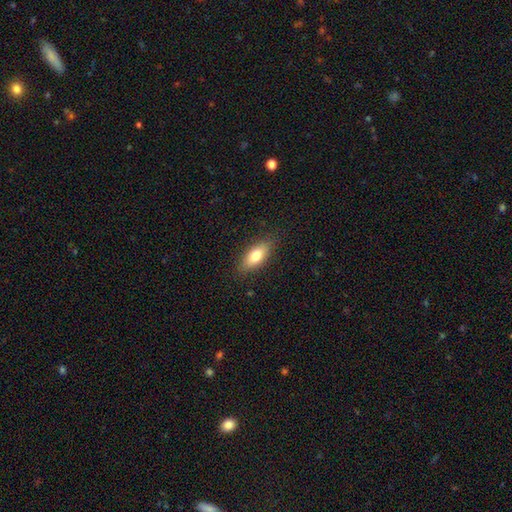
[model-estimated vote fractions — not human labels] This is likely a smooth galaxy (74%). How rounded: likely in between (76%). Merging: clearly none (85%).